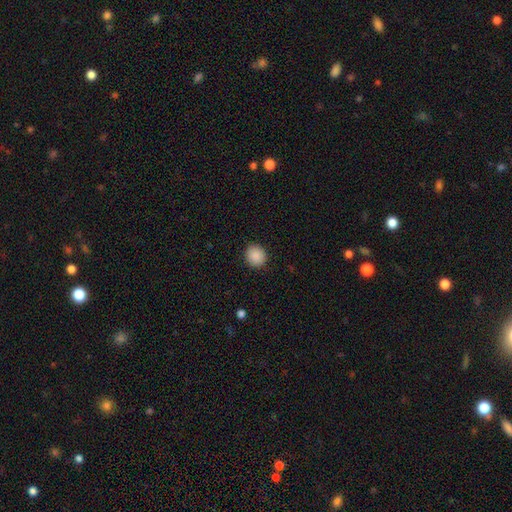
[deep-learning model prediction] Overall: smooth (89%). How rounded: round (85%). Merging: none (90%).